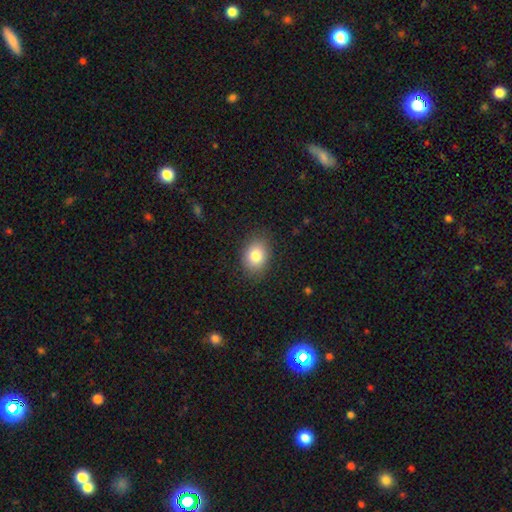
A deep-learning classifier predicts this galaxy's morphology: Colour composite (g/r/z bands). It shows a smooth galaxy with no disk features (83%) that is in between round and cigar-shaped (68%). Merging: none (86%).